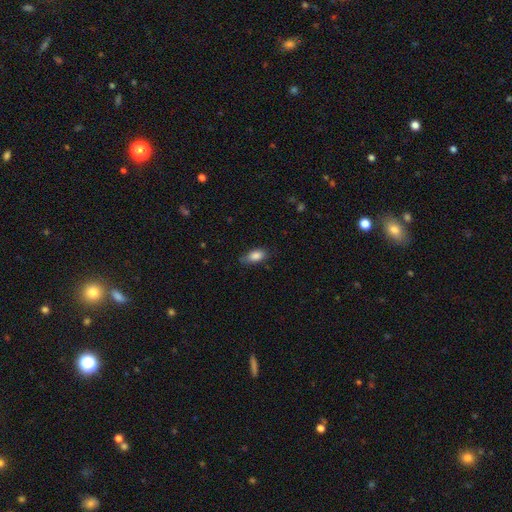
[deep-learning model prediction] Morphology: type=smooth (85%); roundness=in between (88%); merging=none (70%).